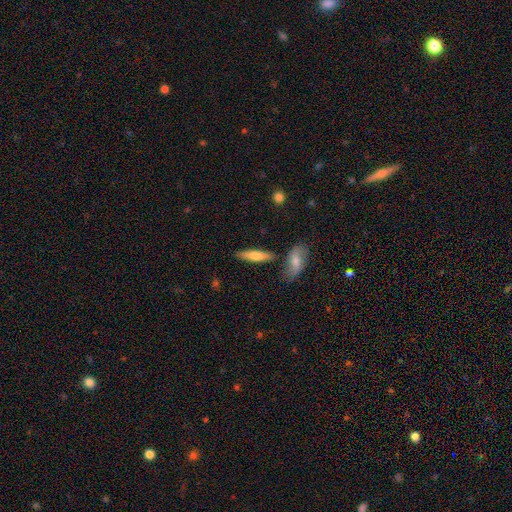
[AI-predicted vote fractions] Overall: smooth (69%). How rounded: cigar-shaped (72%). Merging: none (77%).